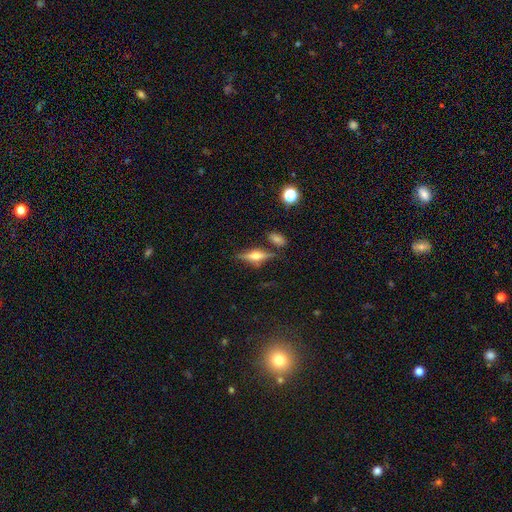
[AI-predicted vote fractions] This is likely a featured or disk galaxy (63%). It is clearly viewed edge-on (95%). Edge-on bulge: clearly rounded (93%). Merging: likely none (78%).